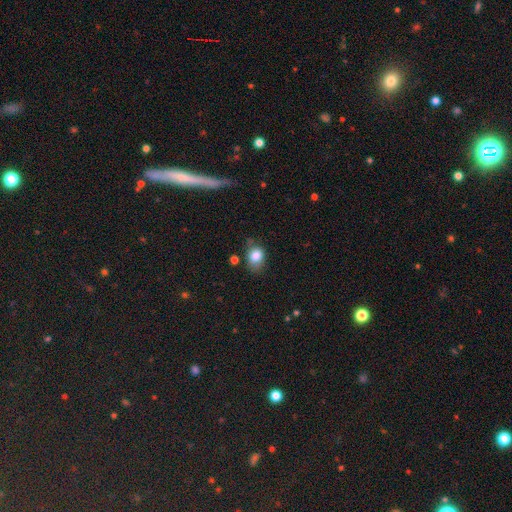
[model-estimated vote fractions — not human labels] Overall: smooth (83%). How rounded: in between (59%; round 40%). Merging: none (59%; minor disturbance 29%).